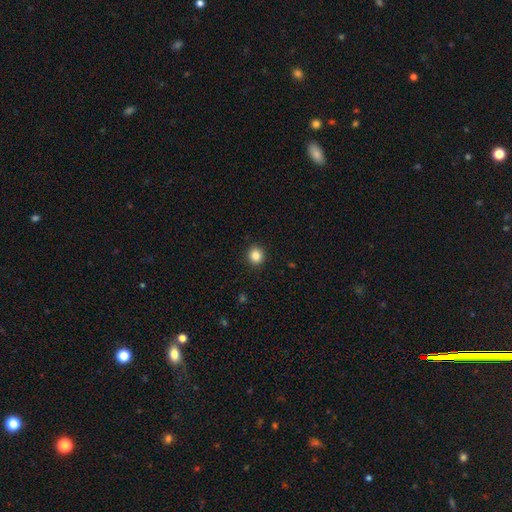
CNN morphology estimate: Smooth or featured? Predicted: smooth (p=0.84). How rounded? Predicted: round (p=0.87). Merging? Predicted: none (p=0.92).